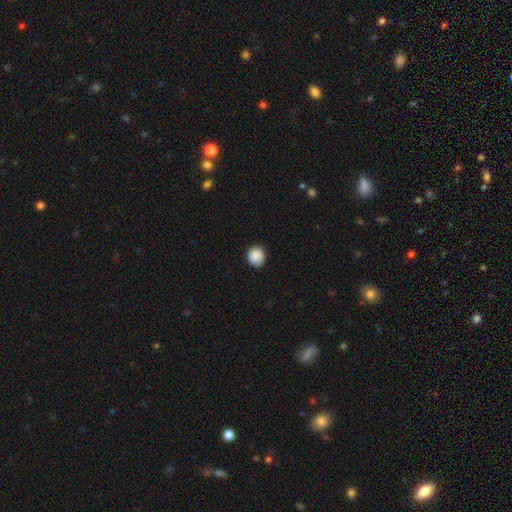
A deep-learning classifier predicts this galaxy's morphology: Smooth or featured? Predicted: smooth (p=0.88). How rounded? Predicted: round (p=0.87). Merging? Predicted: none (p=0.86).